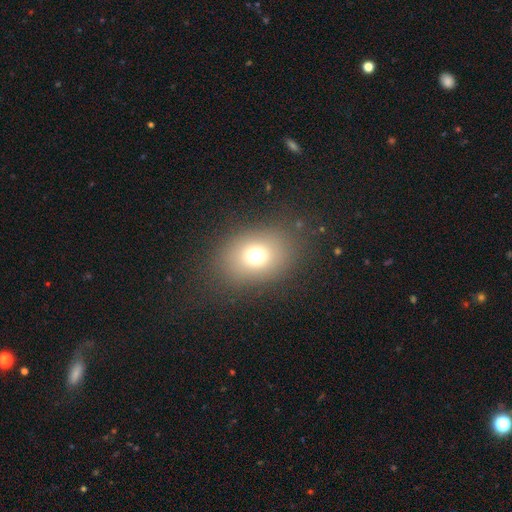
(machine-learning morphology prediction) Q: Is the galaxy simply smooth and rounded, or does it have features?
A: smooth — 70%.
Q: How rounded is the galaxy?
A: in between — 57%.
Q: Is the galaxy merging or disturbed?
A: none — 82%.